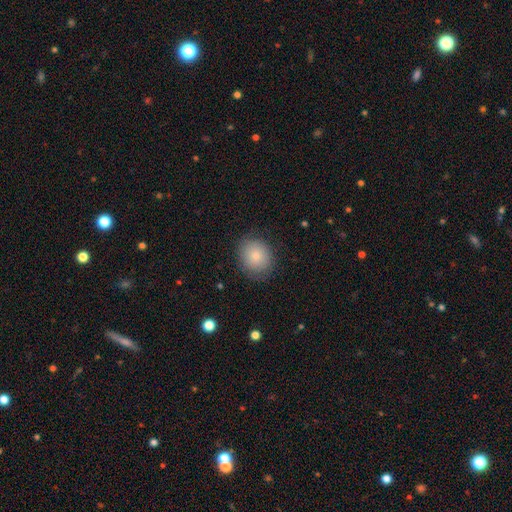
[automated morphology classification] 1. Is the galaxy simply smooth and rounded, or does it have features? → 81% smooth, 10% featured or disk, 8% star or artifact.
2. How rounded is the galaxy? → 74% round, 25% in between, 1% cigar-shaped.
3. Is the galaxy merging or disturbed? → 80% none, 14% minor disturbance, 4% major disturbance, 1% merger.